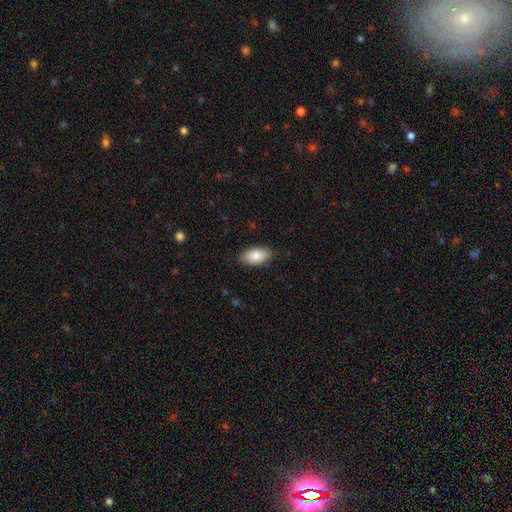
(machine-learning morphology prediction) Smooth or featured: smooth — 85% (featured or disk — 9%)
How rounded: in between — 93% (cigar-shaped — 4%)
Merging: none — 87% (minor disturbance — 10%)